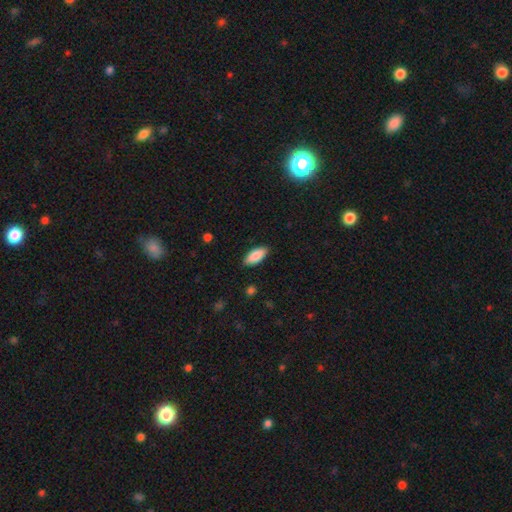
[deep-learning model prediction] A smooth galaxy with no disk features (87%) that is in between round and cigar-shaped (81%).

Vote fractions:
- Smooth or featured? smooth: 87% / featured or disk: 7% / star or artifact: 6%
- How rounded? in between: 81% / cigar-shaped: 17% / round: 2%
- Merging? none: 88% / minor disturbance: 9% / major disturbance: 2% / merger: 1%